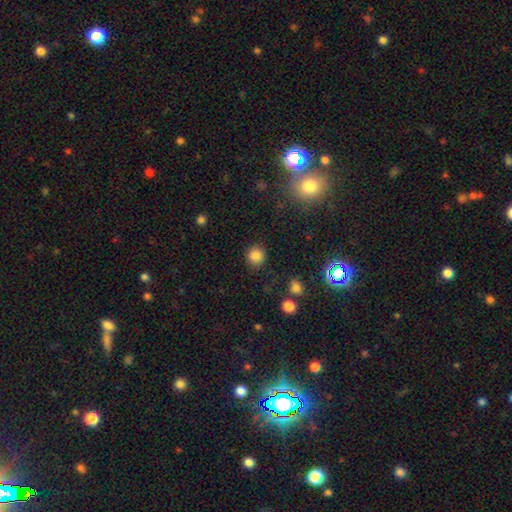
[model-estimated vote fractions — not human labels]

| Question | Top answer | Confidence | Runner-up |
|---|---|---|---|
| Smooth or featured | smooth | 83% | star or artifact (12%) |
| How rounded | round | 88% | in between (11%) |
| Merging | none | 86% | minor disturbance (9%) |